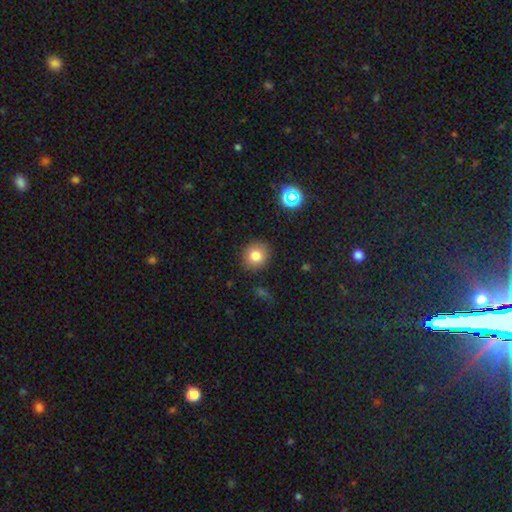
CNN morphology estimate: smooth-or-featured: smooth: 80% | star or artifact: 12% | featured or disk: 8%
  how-rounded: round: 85% | in between: 14% | cigar-shaped: 1%
  merging: none: 89% | minor disturbance: 8% | major disturbance: 2% | merger: 1%